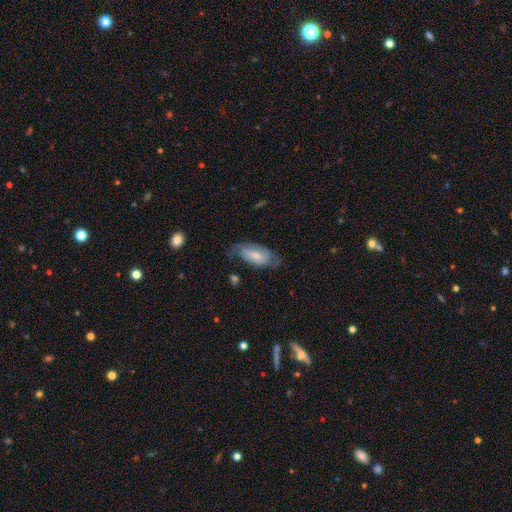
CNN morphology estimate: Smooth or featured: featured or disk — 53% (smooth — 41%)
Edge-on disk: no — 91% (yes — 9%)
Merging: none — 55% (minor disturbance — 28%)